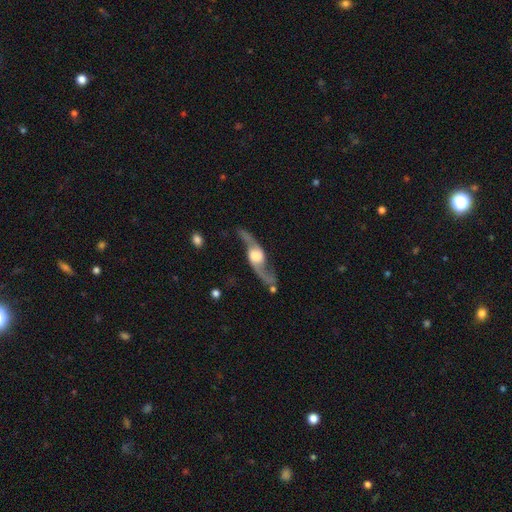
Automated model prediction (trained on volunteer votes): Overall: featured or disk (88%). Edge-on disk: no (79%). Bar: no (54%; weak 34%). Spiral arms: yes (95%). Spiral arm count: 2 (94%). Spiral winding: loose (84%). Bulge size: large (50%; moderate 28%). Merging: none (73%).